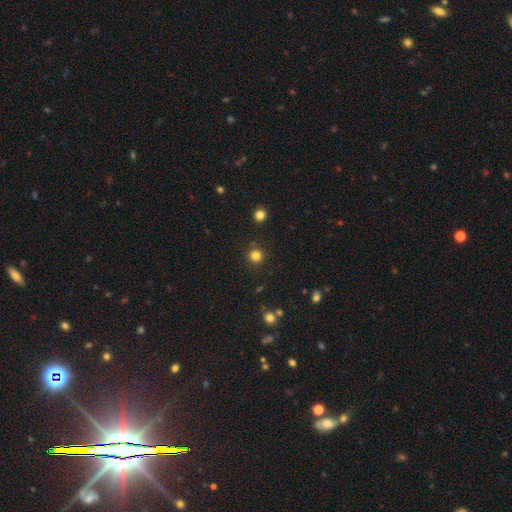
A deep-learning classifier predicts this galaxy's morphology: A smooth galaxy with no disk features (82%) that is round (95%).

Vote fractions:
- Smooth or featured? smooth: 82% / star or artifact: 14% / featured or disk: 4%
- How rounded? round: 95% / in between: 4% / cigar-shaped: 1%
- Merging? none: 91% / minor disturbance: 5% / major disturbance: 2% / merger: 2%